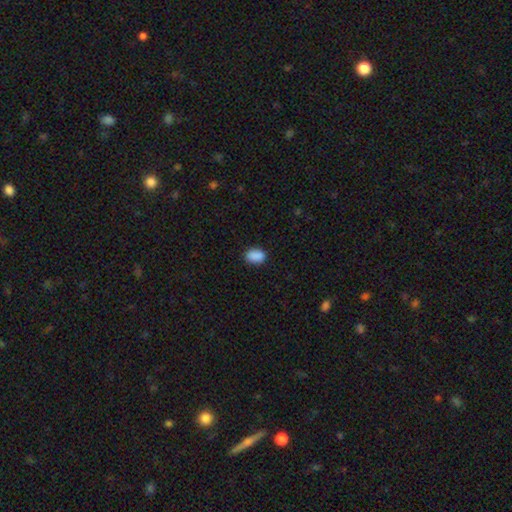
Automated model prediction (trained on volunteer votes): smooth 89%, star or artifact 8%, featured or disk 3%. Down the decision tree: how rounded — in between (81%); merging — none (85%).